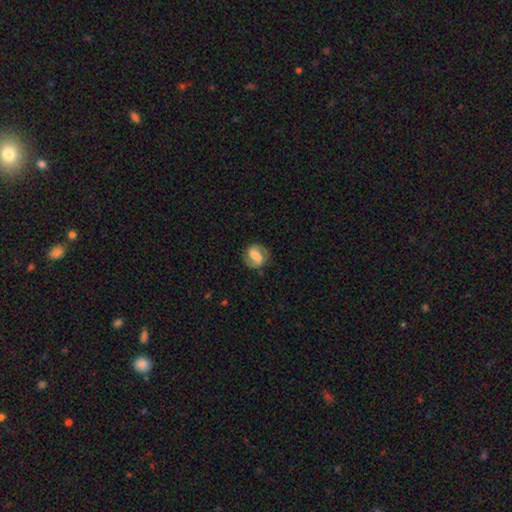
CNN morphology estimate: type=featured or disk (63%); edge-on=no (97%); bar=strong (46%); spiral arms=yes (87%); winding=medium (46%); arm count=2 (86%); bulge=moderate (40%); merging=none (78%).